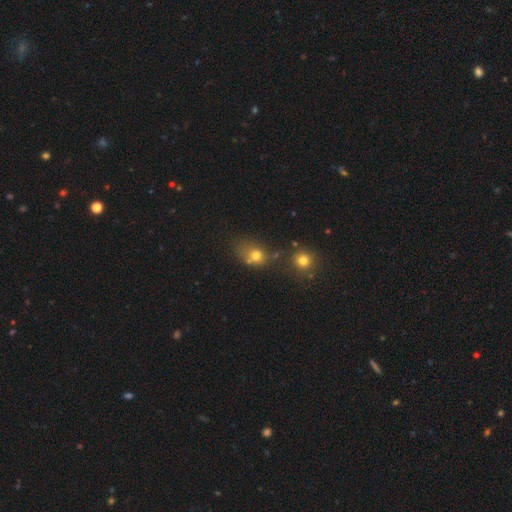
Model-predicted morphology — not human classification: Smooth or featured? Predicted: smooth (p=0.70). How rounded? Predicted: round (p=0.50). Merging? Predicted: none (p=0.43).